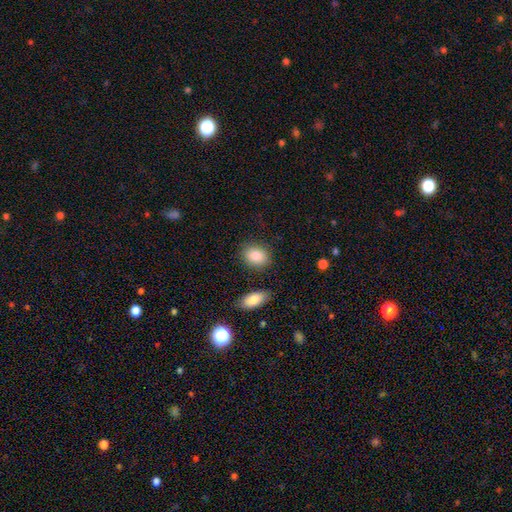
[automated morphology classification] Q: Smooth or featured?
A: smooth (88%); runner-up: star or artifact (7%)
Q: How rounded?
A: in between (64%); runner-up: round (35%)
Q: Merging?
A: none (81%); runner-up: minor disturbance (12%)